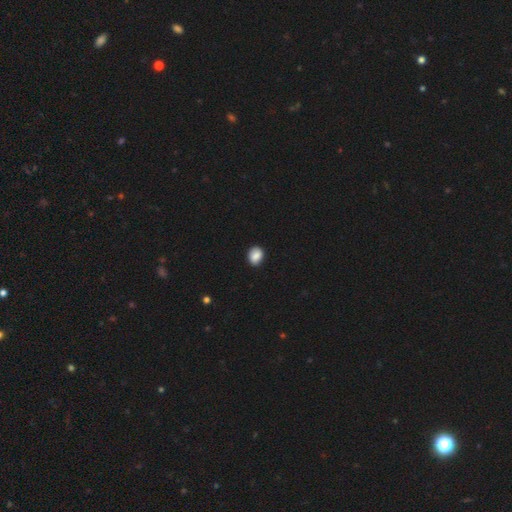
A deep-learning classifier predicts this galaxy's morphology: smooth-or-featured: smooth: 86% | star or artifact: 8% | featured or disk: 6%
  how-rounded: in between: 55% | round: 44% | cigar-shaped: 1%
  merging: none: 86% | minor disturbance: 11% | major disturbance: 2% | merger: 1%